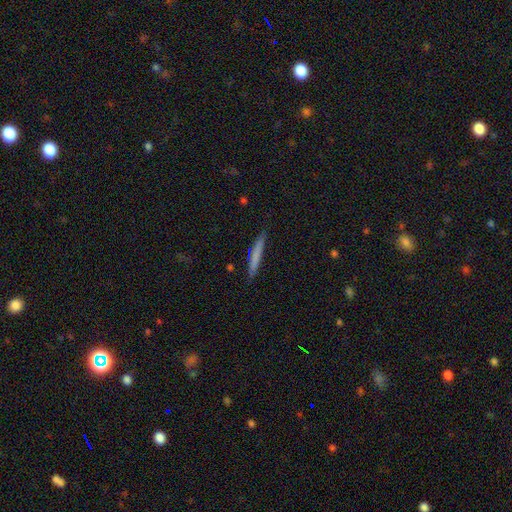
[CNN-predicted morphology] This appears to be a smooth galaxy with no disk features (70%) that is cigar-shaped (95%). Merging: none (86%).